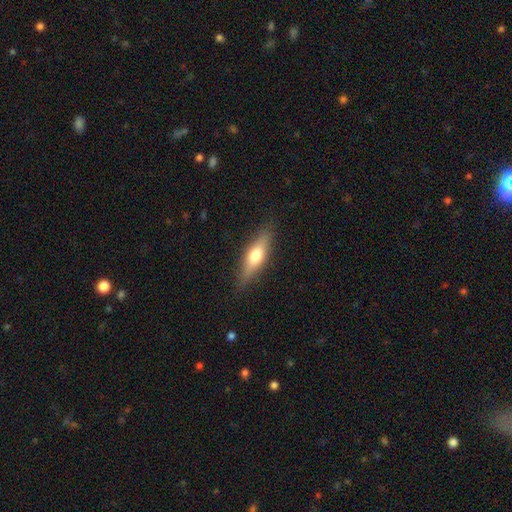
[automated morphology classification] A smooth galaxy with no disk features (59%) that is cigar-shaped (54%). Merging: none (84%).